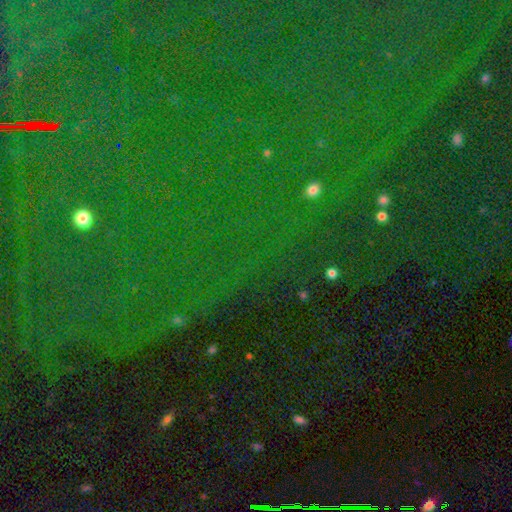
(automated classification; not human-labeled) Q: Smooth or featured?
A: star or artifact (84%); runner-up: smooth (8%)